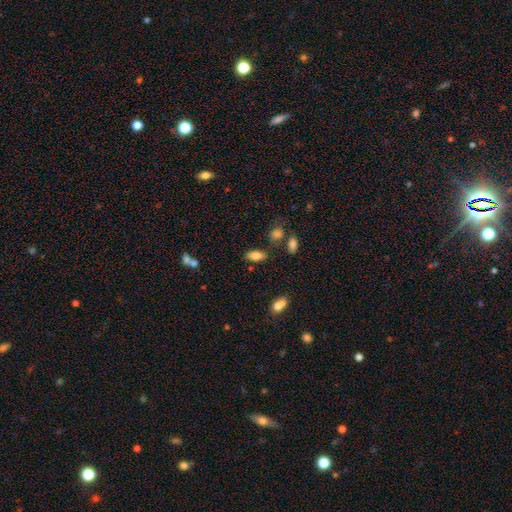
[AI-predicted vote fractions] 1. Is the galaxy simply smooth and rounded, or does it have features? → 80% smooth, 11% featured or disk, 9% star or artifact.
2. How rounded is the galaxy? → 88% in between, 8% cigar-shaped, 4% round.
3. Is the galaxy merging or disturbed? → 76% none, 13% minor disturbance, 6% merger, 4% major disturbance.